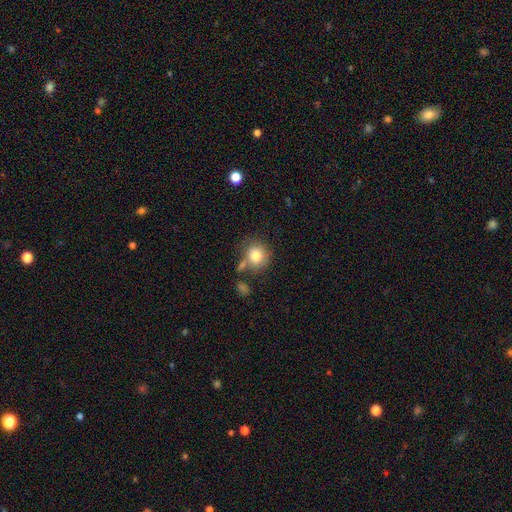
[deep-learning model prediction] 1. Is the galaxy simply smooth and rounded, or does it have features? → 80% smooth, 11% featured or disk, 9% star or artifact.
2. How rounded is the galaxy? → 82% round, 17% in between, 1% cigar-shaped.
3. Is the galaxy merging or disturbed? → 60% none, 17% minor disturbance, 16% merger, 7% major disturbance.